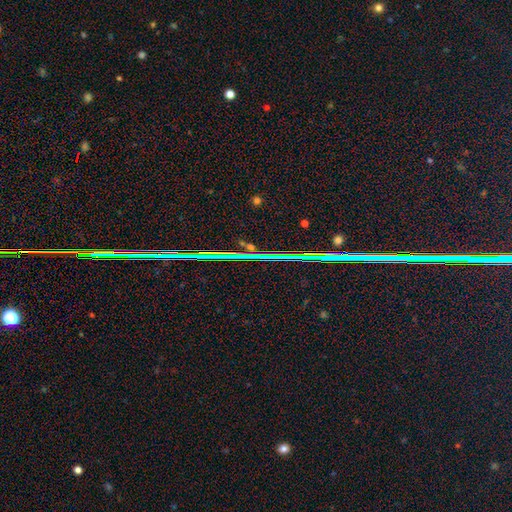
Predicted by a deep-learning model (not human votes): Smooth or featured? Predicted: star or artifact (p=0.87).